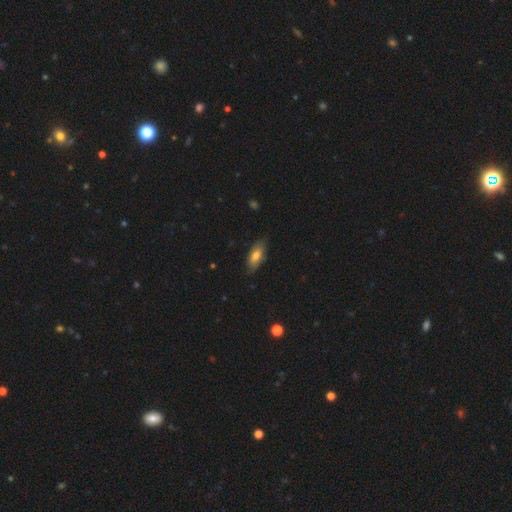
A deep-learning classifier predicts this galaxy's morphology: Smooth or featured: smooth — 71% (featured or disk — 22%)
How rounded: in between — 80% (cigar-shaped — 17%)
Merging: none — 78% (minor disturbance — 18%)